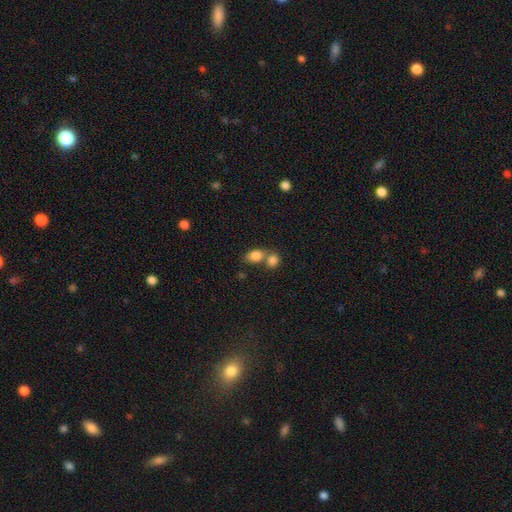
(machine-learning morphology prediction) A smooth galaxy with no disk features (83%) that is in between round and cigar-shaped (74%).

Vote fractions:
- Smooth or featured? smooth: 83% / star or artifact: 9% / featured or disk: 9%
- How rounded? in between: 74% / round: 24% / cigar-shaped: 2%
- Merging? merger: 51% / none: 36% / minor disturbance: 9% / major disturbance: 4%